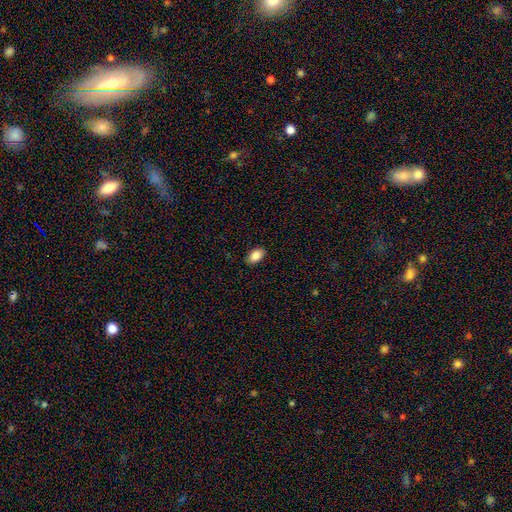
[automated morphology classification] Smooth or featured?
  - smooth: 87% *
  - star or artifact: 7%
  - featured or disk: 5%
How rounded?
  - in between: 92% *
  - round: 6%
  - cigar-shaped: 2%
Merging?
  - none: 88% *
  - minor disturbance: 9%
  - major disturbance: 2%
  - merger: 1%